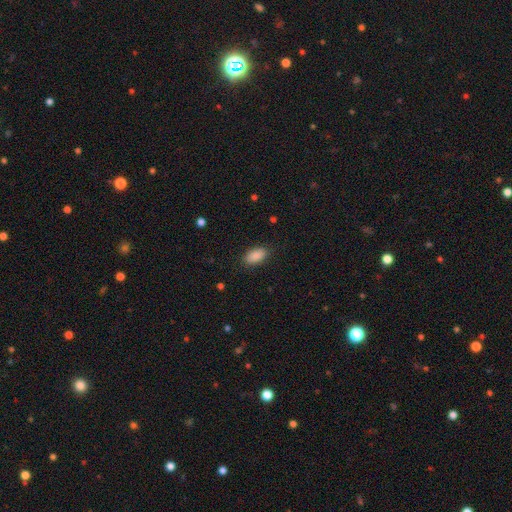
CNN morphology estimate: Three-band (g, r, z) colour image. It shows a smooth galaxy with no disk features (89%) that is in between round and cigar-shaped (93%). Merging: none (86%).